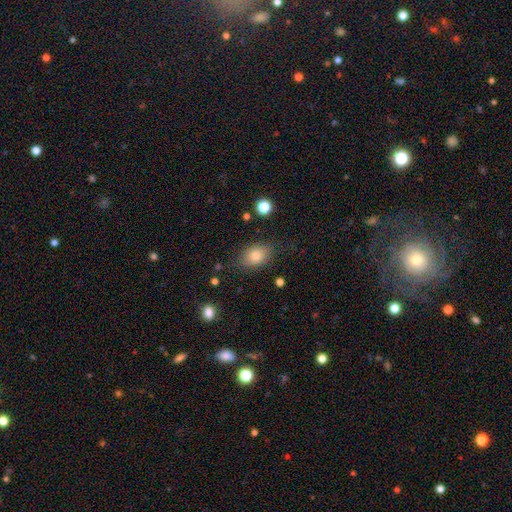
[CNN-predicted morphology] This is clearly a smooth galaxy (81%). How rounded: clearly in between (81%). Merging: likely none (79%).